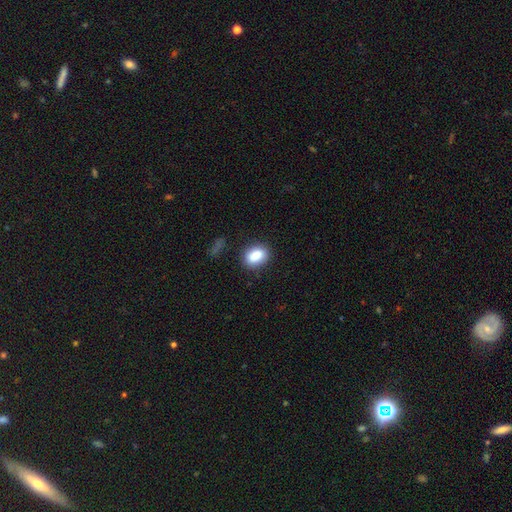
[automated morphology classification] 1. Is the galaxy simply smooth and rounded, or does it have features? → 86% smooth, 8% star or artifact, 6% featured or disk.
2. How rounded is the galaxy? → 73% in between, 25% round, 2% cigar-shaped.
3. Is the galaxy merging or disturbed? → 82% none, 12% minor disturbance, 3% major disturbance, 2% merger.